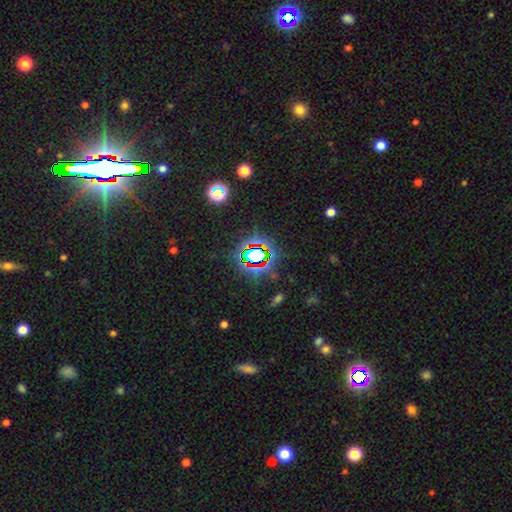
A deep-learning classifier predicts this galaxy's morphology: star or artifact 71%, smooth 18%, featured or disk 11%.